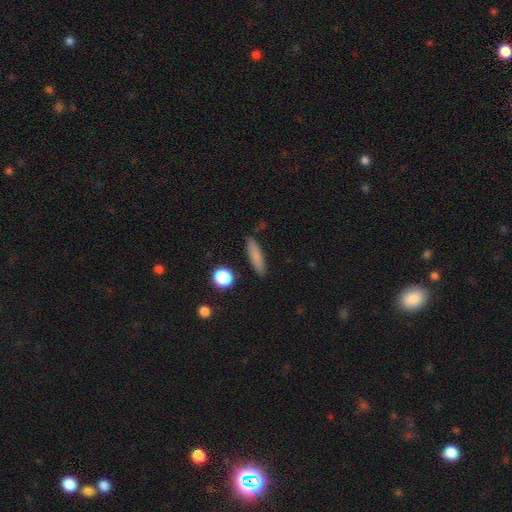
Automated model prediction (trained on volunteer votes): smooth 80%, featured or disk 11%, star or artifact 9%. Down the decision tree: how rounded — cigar-shaped (75%); merging — none (87%).